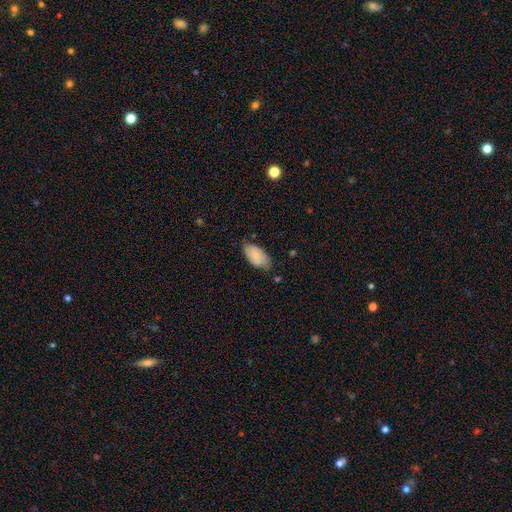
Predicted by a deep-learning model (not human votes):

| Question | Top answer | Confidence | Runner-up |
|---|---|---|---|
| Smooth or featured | smooth | 74% | featured or disk (20%) |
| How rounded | in between | 94% | round (3%) |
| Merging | none | 67% | minor disturbance (27%) |